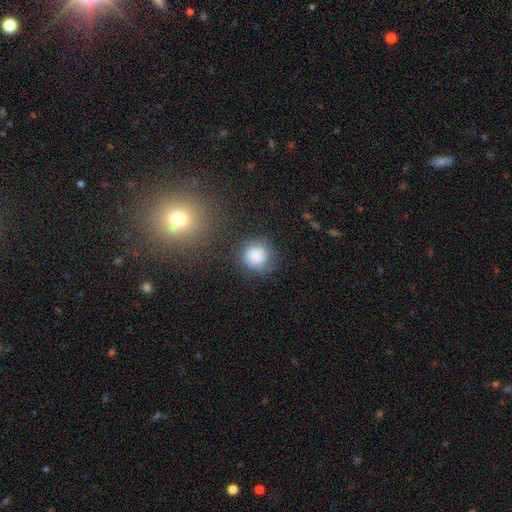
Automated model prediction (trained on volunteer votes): The model was most divided on "merging": none: 60%, minor disturbance: 24%, major disturbance: 12%, merger: 5%. More confident: how rounded — round (86%); smooth or featured — smooth (77%).